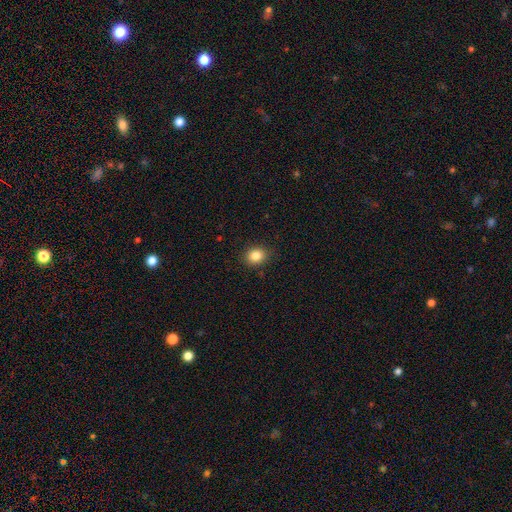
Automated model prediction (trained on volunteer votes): Smooth or featured? Predicted: smooth (p=0.84). How rounded? Predicted: round (p=0.65). Merging? Predicted: none (p=0.89).